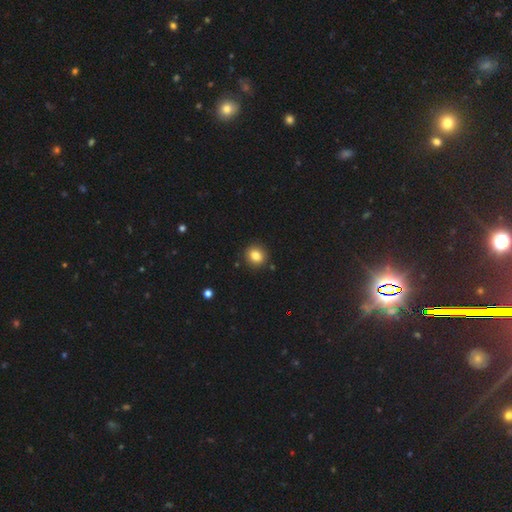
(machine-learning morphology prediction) Overall: smooth (83%). How rounded: round (80%). Merging: none (90%).